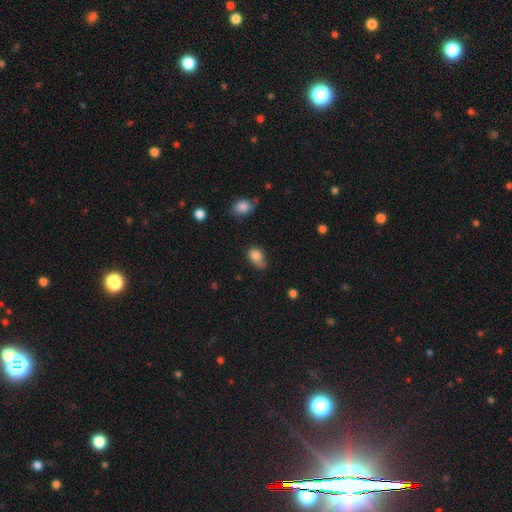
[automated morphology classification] Smooth or featured?
  - smooth: 82% *
  - star or artifact: 9%
  - featured or disk: 8%
How rounded?
  - in between: 73% *
  - round: 25%
  - cigar-shaped: 2%
Merging?
  - none: 43% *
  - minor disturbance: 40%
  - major disturbance: 13%
  - merger: 4%